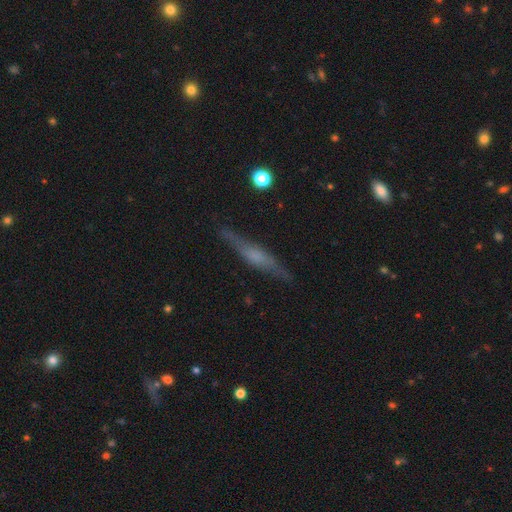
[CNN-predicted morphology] This is likely a featured or disk galaxy (65%). It is clearly viewed edge-on (93%). Edge-on bulge: possibly rounded (54%). Merging: clearly none (83%).